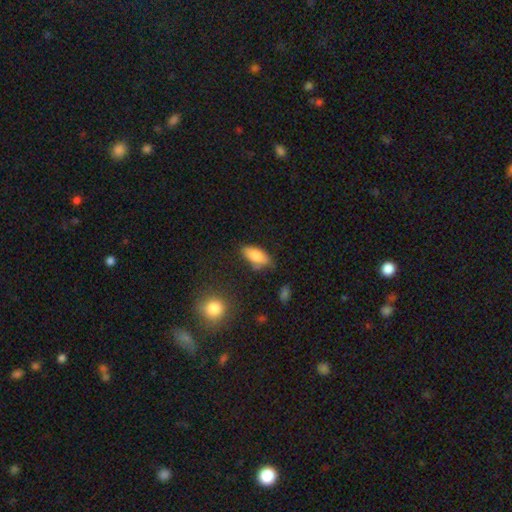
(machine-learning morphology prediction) smooth-or-featured: smooth: 81% | featured or disk: 12% | star or artifact: 7%
  how-rounded: in between: 85% | cigar-shaped: 13% | round: 3%
  merging: none: 69% | minor disturbance: 23% | major disturbance: 5% | merger: 4%